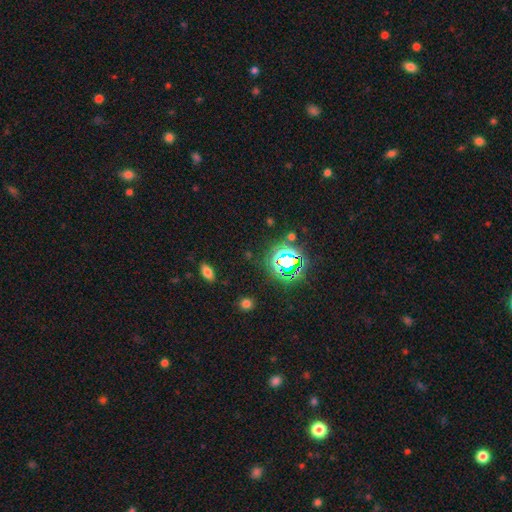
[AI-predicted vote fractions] Morphology: type=star or artifact (76%).